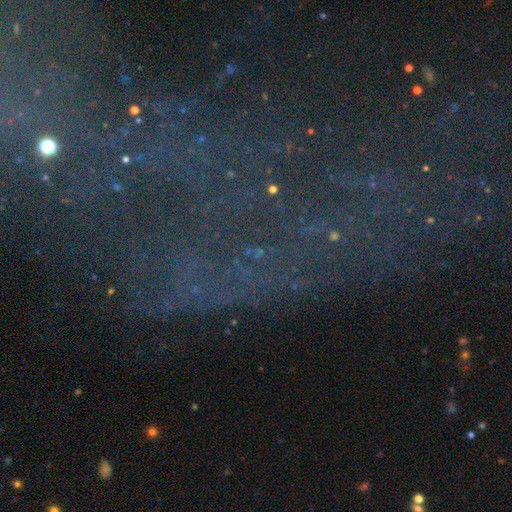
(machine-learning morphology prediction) Q: Smooth or featured?
A: star or artifact (75%); runner-up: featured or disk (14%)